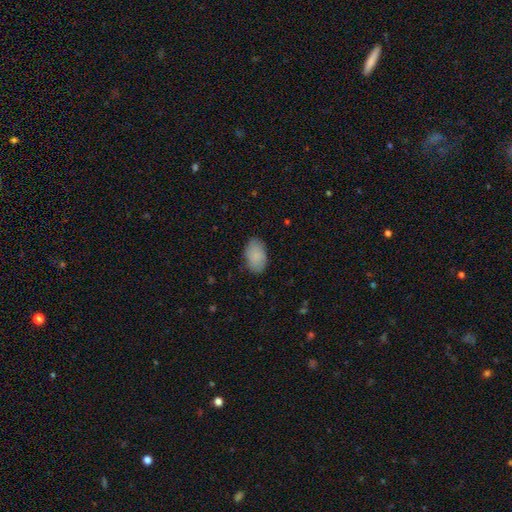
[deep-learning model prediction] Smooth or featured? smooth (85%)
How rounded? in between (90%)
Merging? none (82%)